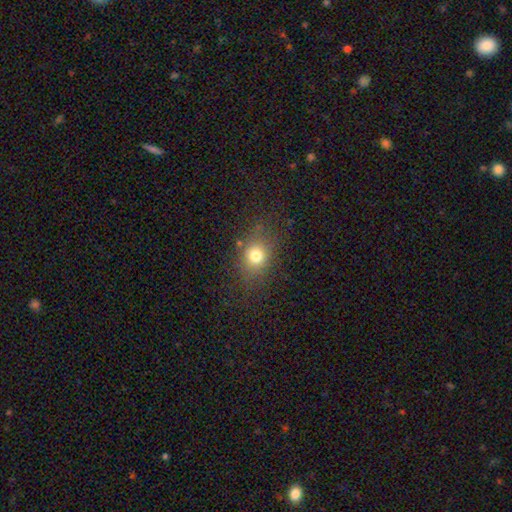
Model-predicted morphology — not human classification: Q: Smooth or featured?
A: smooth (74%); runner-up: star or artifact (16%)
Q: How rounded?
A: round (60%); runner-up: in between (38%)
Q: Merging?
A: none (77%); runner-up: minor disturbance (14%)